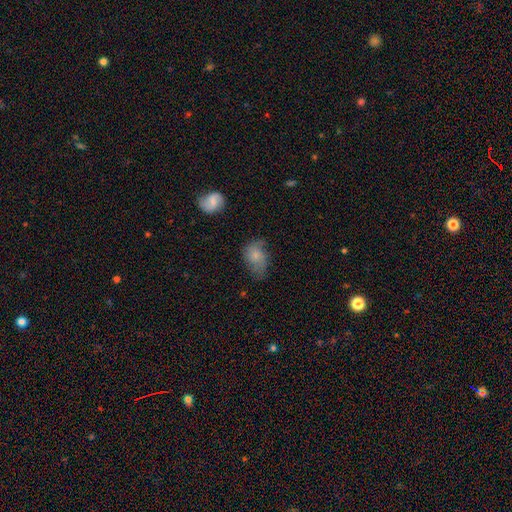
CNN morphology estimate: The model was most divided on "merging": none: 45%, minor disturbance: 35%, major disturbance: 18%, merger: 2%. More confident: how rounded — in between (77%); smooth or featured — smooth (61%).